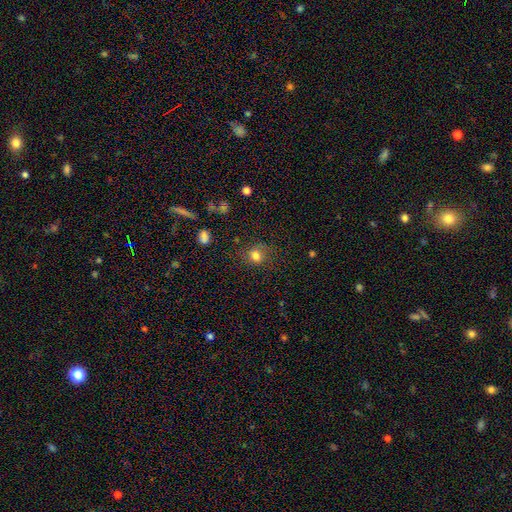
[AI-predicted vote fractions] Smooth or featured?
  - smooth: 79% *
  - star or artifact: 14%
  - featured or disk: 7%
How rounded?
  - round: 74% *
  - in between: 25%
  - cigar-shaped: 1%
Merging?
  - none: 76% *
  - minor disturbance: 15%
  - major disturbance: 7%
  - merger: 2%